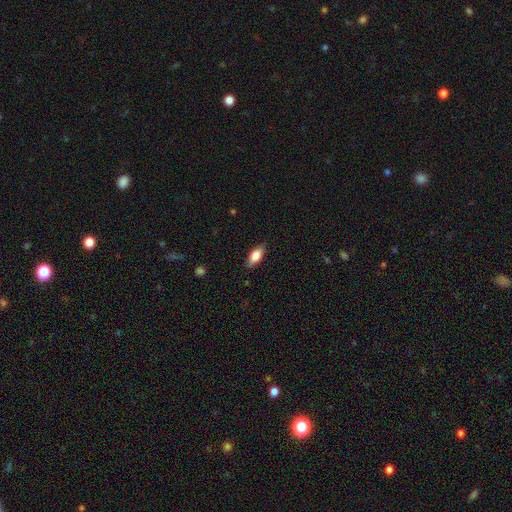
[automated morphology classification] Smooth or featured?
  - smooth: 76% *
  - featured or disk: 18%
  - star or artifact: 7%
How rounded?
  - in between: 82% *
  - cigar-shaped: 16%
  - round: 3%
Merging?
  - none: 85% *
  - minor disturbance: 11%
  - major disturbance: 2%
  - merger: 1%